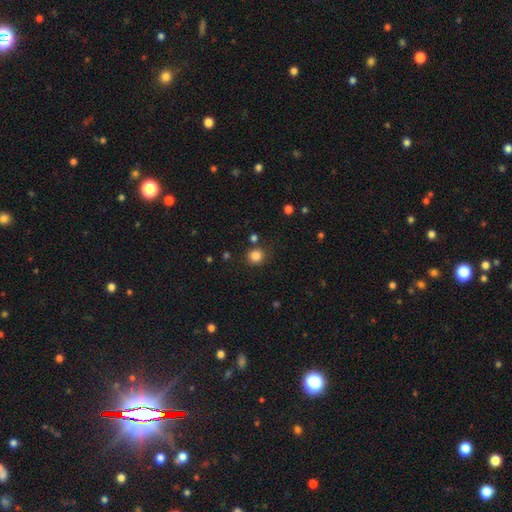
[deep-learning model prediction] Morphology: type=smooth (84%); roundness=round (90%); merging=none (81%).